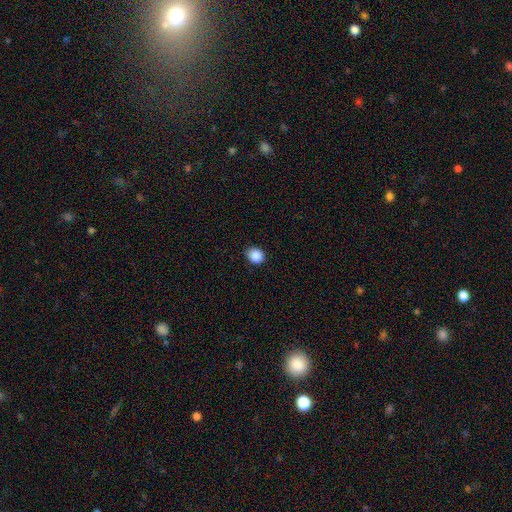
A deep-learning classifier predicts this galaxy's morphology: Smooth or featured? Predicted: smooth (p=0.89). How rounded? Predicted: round (p=0.70). Merging? Predicted: none (p=0.87).